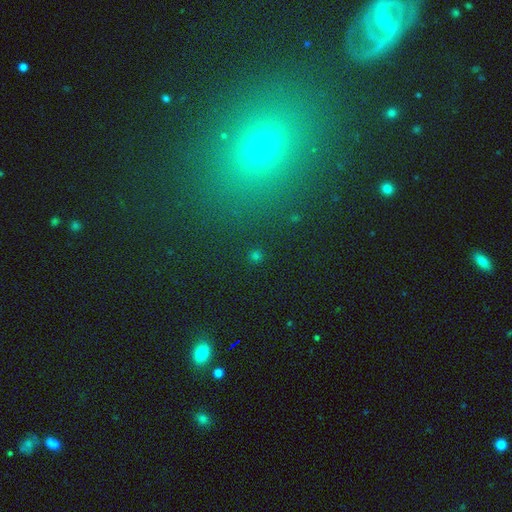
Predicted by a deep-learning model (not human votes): This is likely a smooth galaxy (68%). How rounded: clearly round (94%). Merging: clearly none (89%).